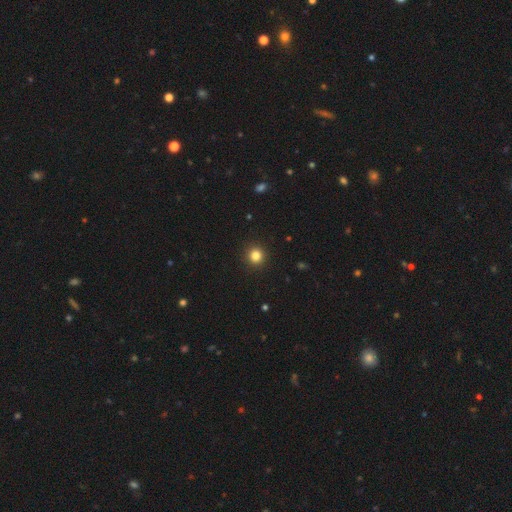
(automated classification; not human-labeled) Smooth or featured: smooth — 83% (star or artifact — 13%)
How rounded: round — 94% (in between — 5%)
Merging: none — 93% (minor disturbance — 4%)